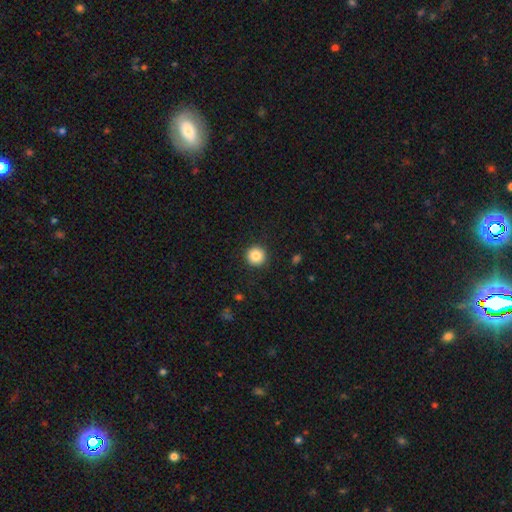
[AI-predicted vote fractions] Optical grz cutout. It shows a smooth galaxy with no disk features (86%) that is round (96%). Merging: none (92%).